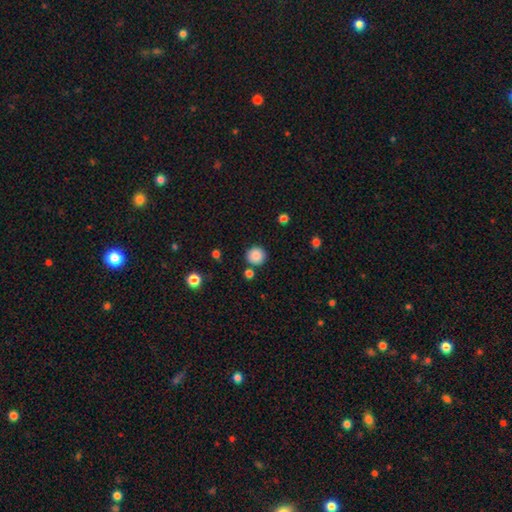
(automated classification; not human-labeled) This is clearly a smooth galaxy (86%). How rounded: clearly round (94%). Merging: clearly none (85%).